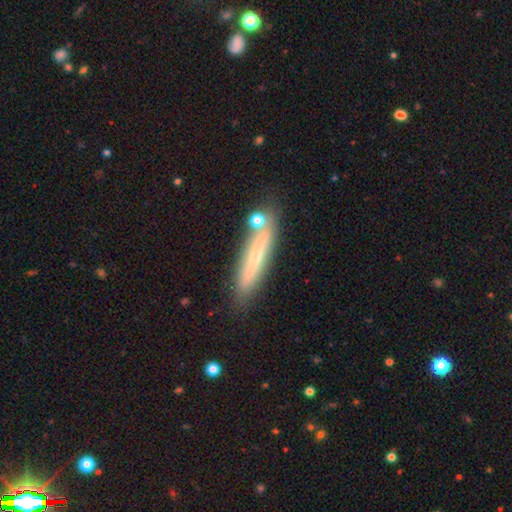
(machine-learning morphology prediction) A featured or disk galaxy (53%) viewed edge-on (81%). Merging: none (78%).